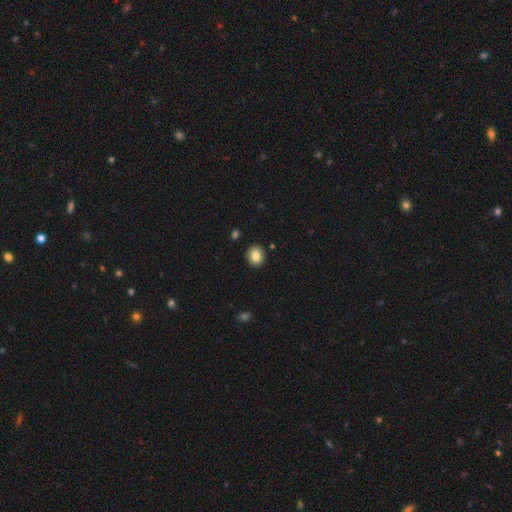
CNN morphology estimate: A smooth galaxy with no disk features (82%) that is round (75%). Merging: none (91%).